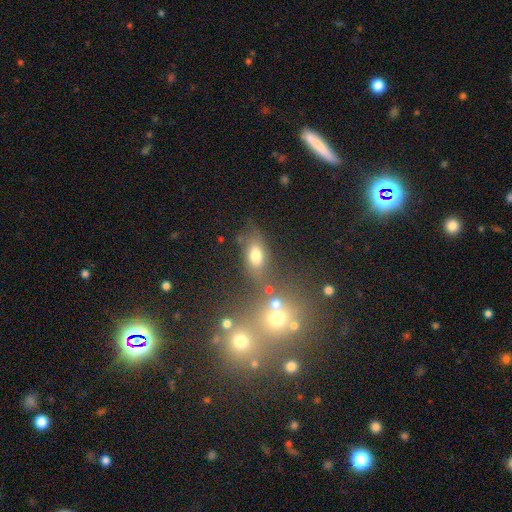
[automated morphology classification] Overall: smooth (70%). How rounded: in between (77%). Merging: none (55%; merger 19%).